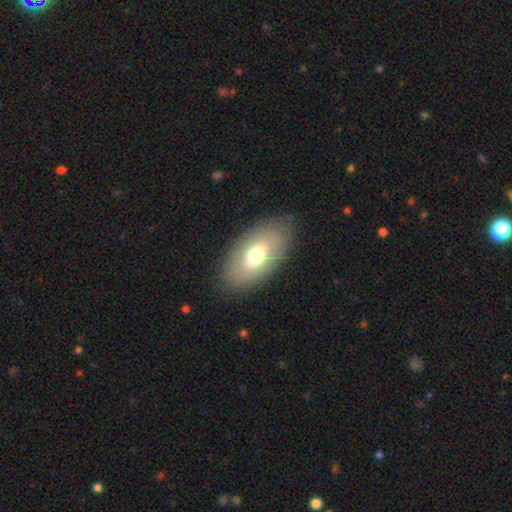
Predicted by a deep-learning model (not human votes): smooth 65%, featured or disk 27%, star or artifact 8%. Down the decision tree: how rounded — in between (92%); merging — none (82%).